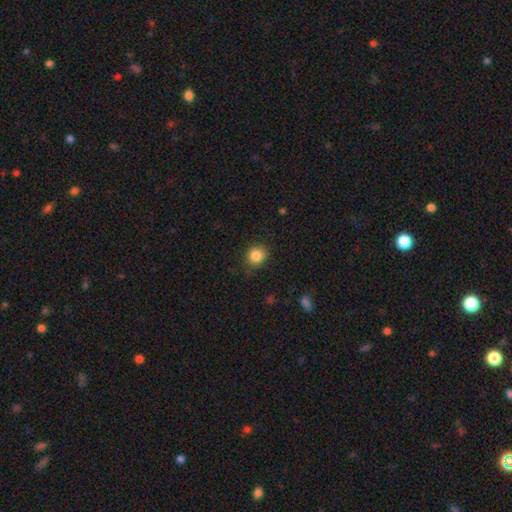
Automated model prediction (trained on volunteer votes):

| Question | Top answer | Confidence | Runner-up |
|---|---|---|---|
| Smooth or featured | smooth | 85% | star or artifact (11%) |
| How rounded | round | 82% | in between (17%) |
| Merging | none | 84% | minor disturbance (12%) |